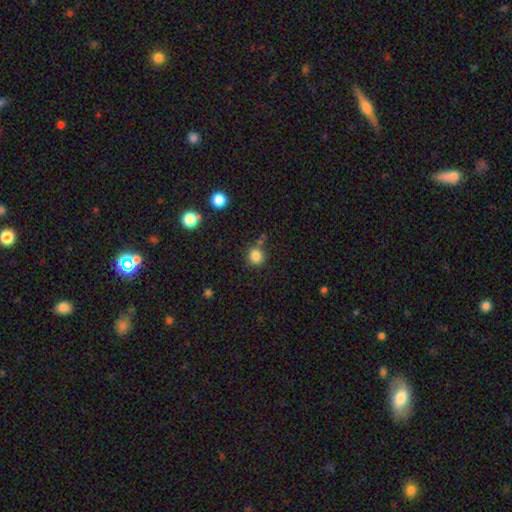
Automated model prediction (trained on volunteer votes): Smooth or featured? Predicted: smooth (p=0.83). How rounded? Predicted: round (p=0.90). Merging? Predicted: none (p=0.76).